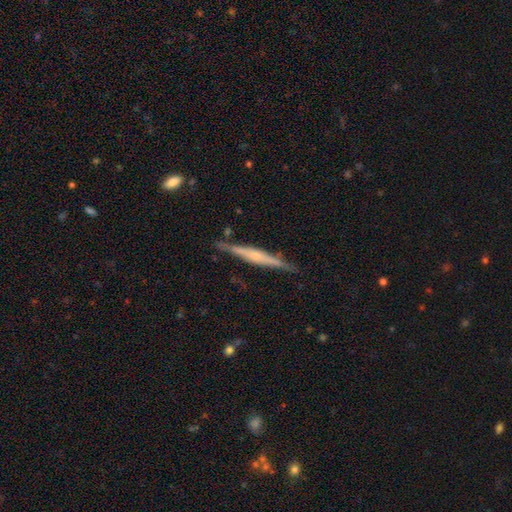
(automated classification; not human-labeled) A featured or disk galaxy (71%) viewed edge-on (97%) with a rounded central bulge (57%).

Vote fractions:
- Smooth or featured? featured or disk: 71% / smooth: 23% / star or artifact: 6%
- Edge-on disk? yes: 97% / no: 3%
- Edge-on bulge? rounded: 57% / none: 28% / boxy: 15%
- Merging? none: 85% / minor disturbance: 11% / major disturbance: 2% / merger: 2%